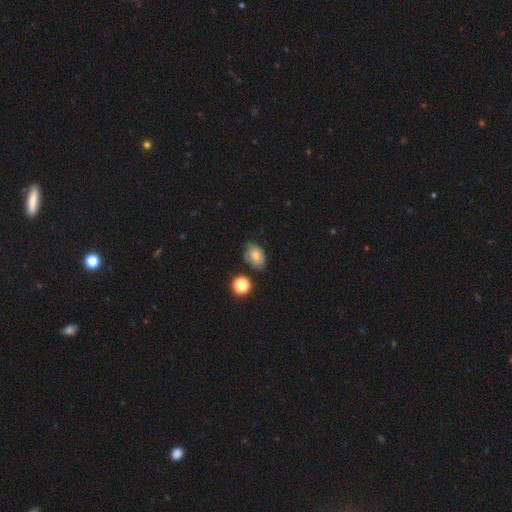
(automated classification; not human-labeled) smooth-or-featured: smooth: 69% | featured or disk: 19% | star or artifact: 12%
  how-rounded: in between: 70% | round: 29% | cigar-shaped: 1%
  merging: none: 58% | minor disturbance: 30% | major disturbance: 7% | merger: 5%